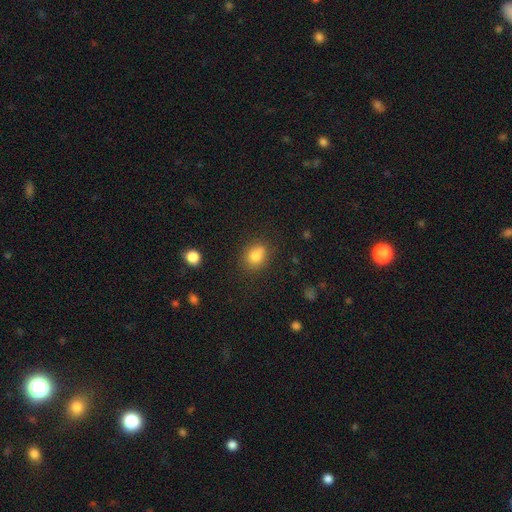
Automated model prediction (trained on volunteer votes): The model was most divided on "how rounded": round: 58%, in between: 41%, cigar-shaped: 1%. More confident: smooth or featured — smooth (79%); merging — none (67%).